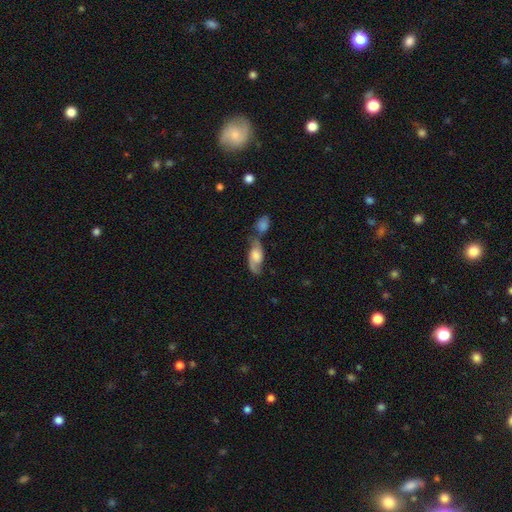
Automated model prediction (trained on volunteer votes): featured or disk 63%, smooth 30%, star or artifact 7%. Down the decision tree: edge-on disk — no (90%); bar — no (62%); spiral arms — yes (88%); spiral arm count — 2 (81%); spiral winding — medium (42%); bulge size — moderate (44%); merging — none (39%).